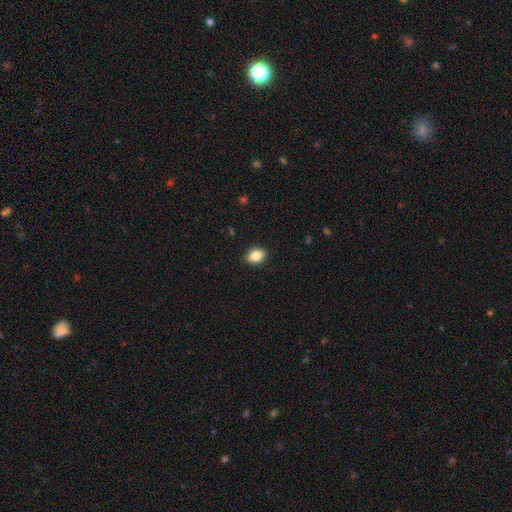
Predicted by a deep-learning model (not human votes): Q: Smooth or featured?
A: smooth (87%); runner-up: star or artifact (8%)
Q: How rounded?
A: in between (73%); runner-up: round (26%)
Q: Merging?
A: none (90%); runner-up: minor disturbance (7%)